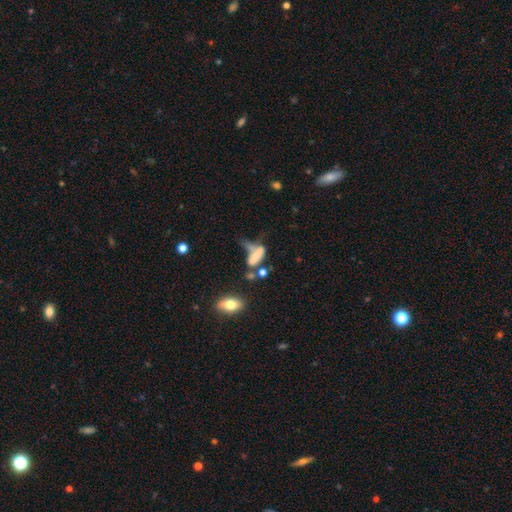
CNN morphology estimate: Smooth or featured? Predicted: smooth (p=0.61). How rounded? Predicted: in between (p=0.72). Merging? Predicted: merger (p=0.35).